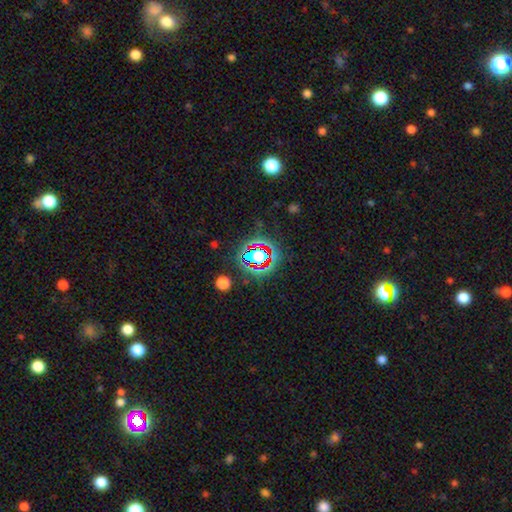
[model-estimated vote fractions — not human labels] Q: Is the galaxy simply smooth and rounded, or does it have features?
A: star or artifact — 65%.